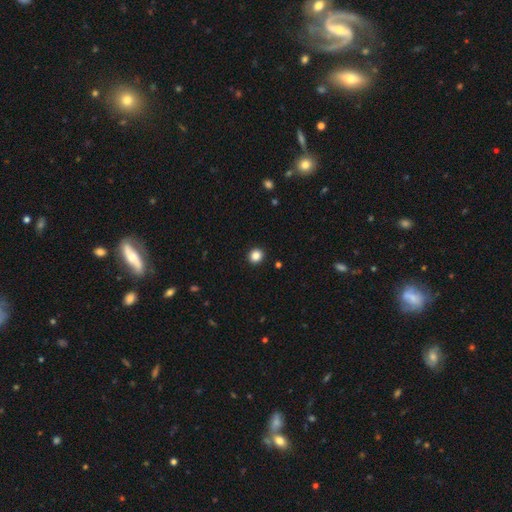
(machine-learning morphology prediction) A smooth galaxy with no disk features (86%) that is round (86%). Merging: none (93%).